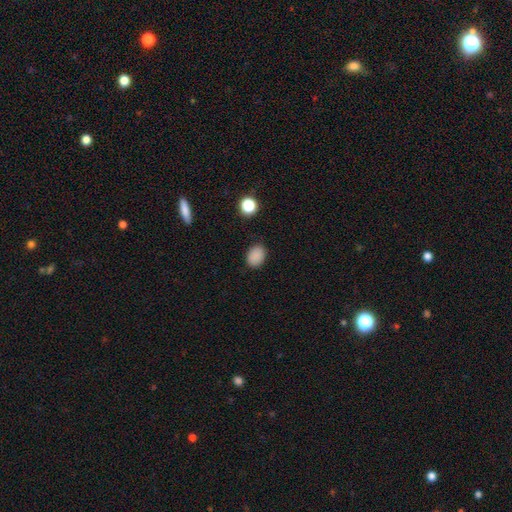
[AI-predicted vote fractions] Overall: smooth (86%). How rounded: in between (69%; round 30%). Merging: none (85%).